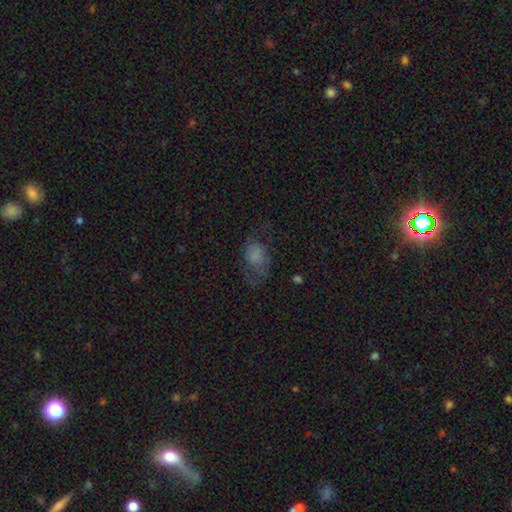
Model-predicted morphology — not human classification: A smooth galaxy with no disk features (63%) that is in between round and cigar-shaped (81%).

Vote fractions:
- Smooth or featured? smooth: 63% / featured or disk: 23% / star or artifact: 13%
- How rounded? in between: 81% / round: 17% / cigar-shaped: 2%
- Merging? none: 39% / major disturbance: 32% / minor disturbance: 27% / merger: 2%